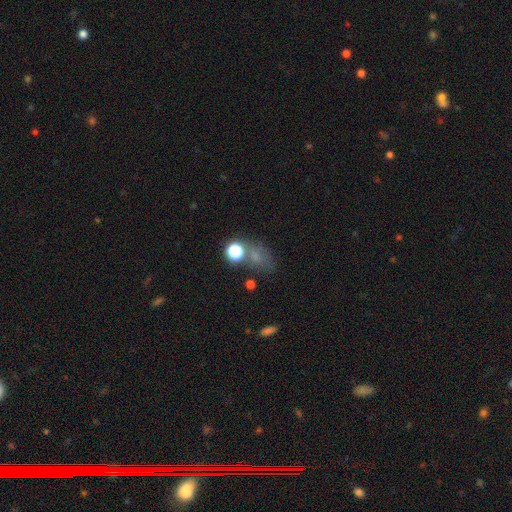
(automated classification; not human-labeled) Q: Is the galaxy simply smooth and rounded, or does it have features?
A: smooth — 57%.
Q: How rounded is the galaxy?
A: in between — 56%.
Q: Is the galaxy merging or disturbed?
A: none — 52%.